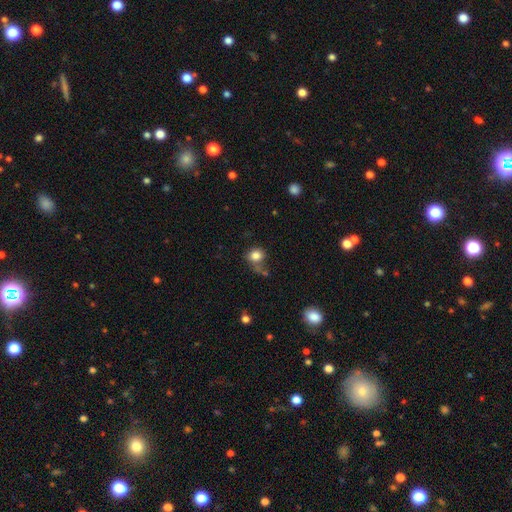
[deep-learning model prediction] This is clearly a smooth galaxy (82%). How rounded: likely round (73%). Merging: possibly none (55%).